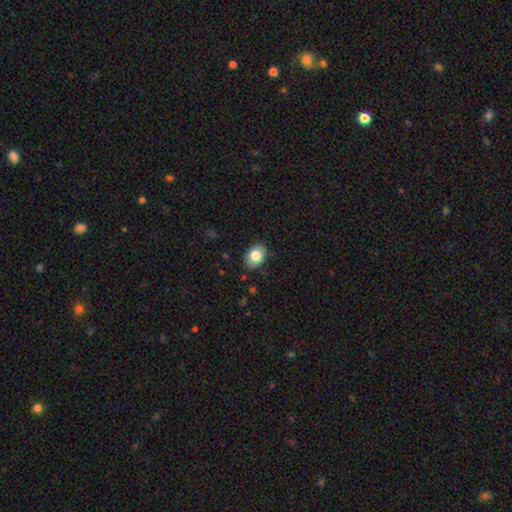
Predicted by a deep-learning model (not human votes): Morphology: type=smooth (81%); roundness=in between (79%); merging=none (85%).